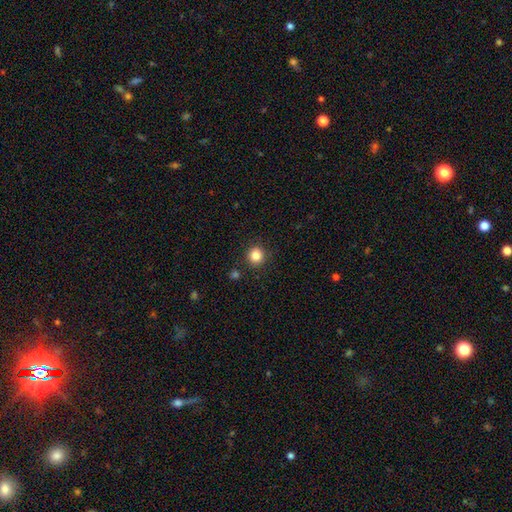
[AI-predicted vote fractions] Morphology: type=smooth (84%); roundness=round (92%); merging=none (89%).